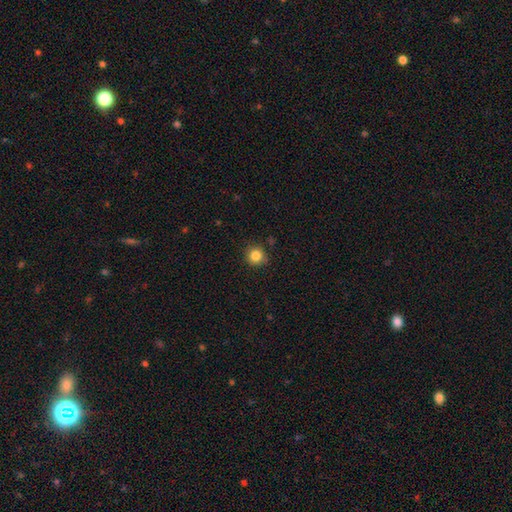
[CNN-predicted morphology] Smooth or featured?
  - smooth: 84% *
  - star or artifact: 11%
  - featured or disk: 5%
How rounded?
  - round: 93% *
  - in between: 6%
  - cigar-shaped: 1%
Merging?
  - none: 87% *
  - minor disturbance: 9%
  - major disturbance: 2%
  - merger: 1%